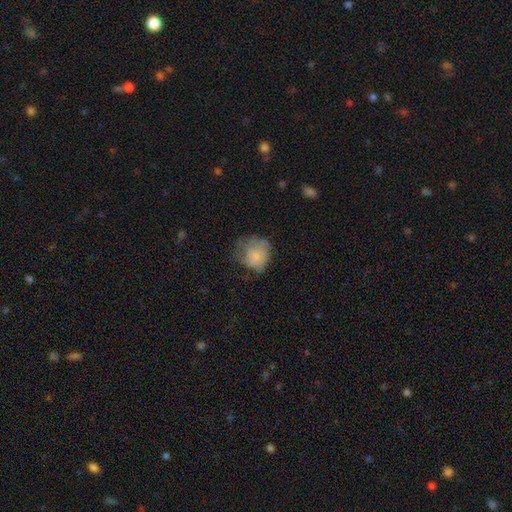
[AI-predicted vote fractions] Smooth or featured?
  - smooth: 71% *
  - featured or disk: 20%
  - star or artifact: 9%
How rounded?
  - round: 77% *
  - in between: 22%
  - cigar-shaped: 1%
Merging?
  - none: 44% *
  - minor disturbance: 32%
  - major disturbance: 23%
  - merger: 2%